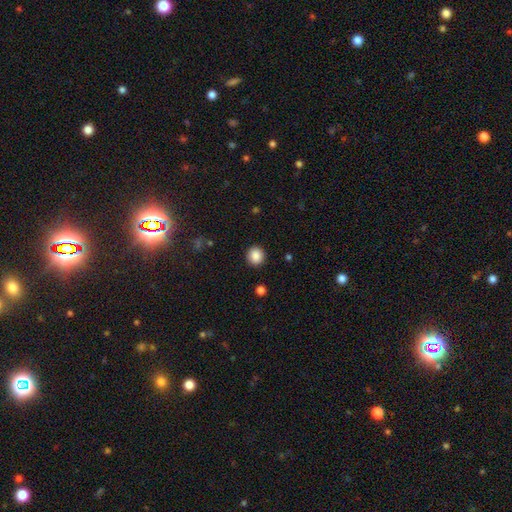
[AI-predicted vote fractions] Overall: smooth (87%). How rounded: round (89%). Merging: none (91%).